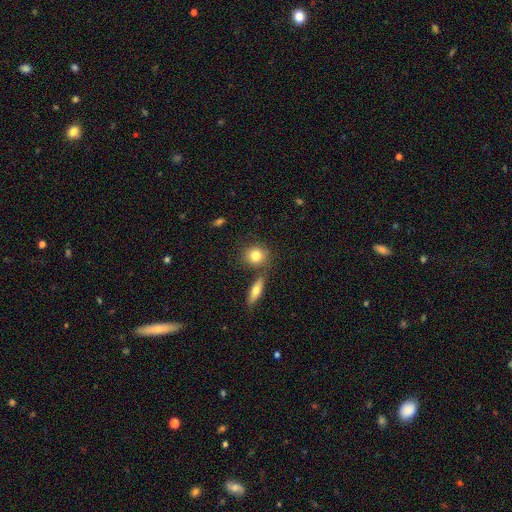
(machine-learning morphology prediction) smooth_or_featured: smooth (p=0.80) [alt: featured or disk p=0.12]
how_rounded: round (p=0.76) [alt: in between p=0.22]
merging: none (p=0.70) [alt: merger p=0.16]